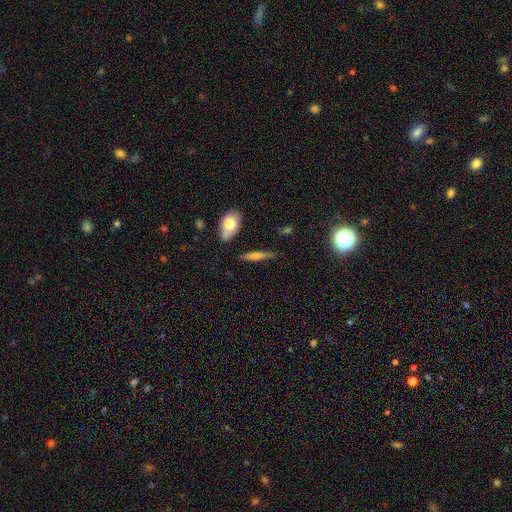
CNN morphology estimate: This is possibly a smooth galaxy (56%). How rounded: likely cigar-shaped (77%). Merging: likely none (77%).